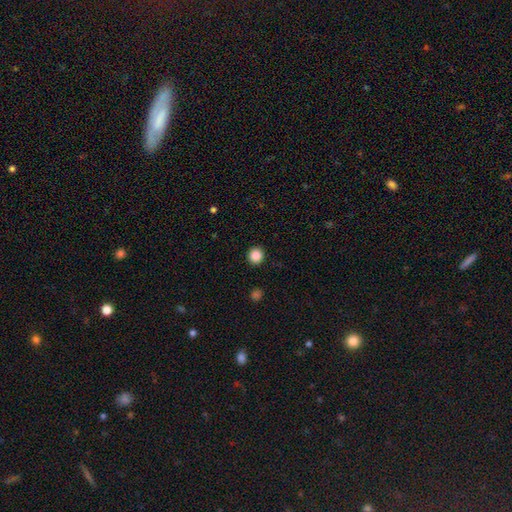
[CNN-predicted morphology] This appears to be a smooth galaxy with no disk features (86%) that is round (93%). Merging: none (93%).